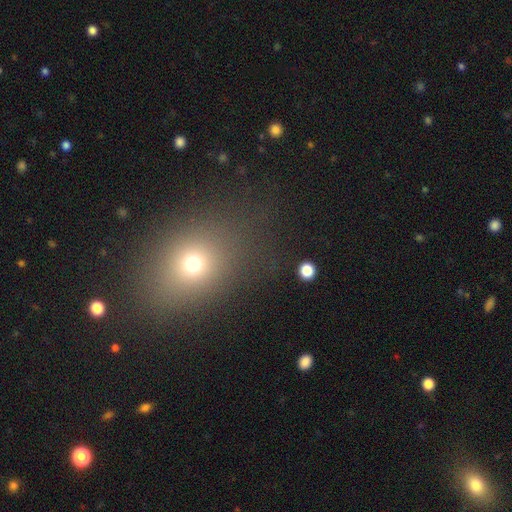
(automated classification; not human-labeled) Smooth or featured? Predicted: smooth (p=0.61). How rounded? Predicted: in between (p=0.52). Merging? Predicted: none (p=0.86).